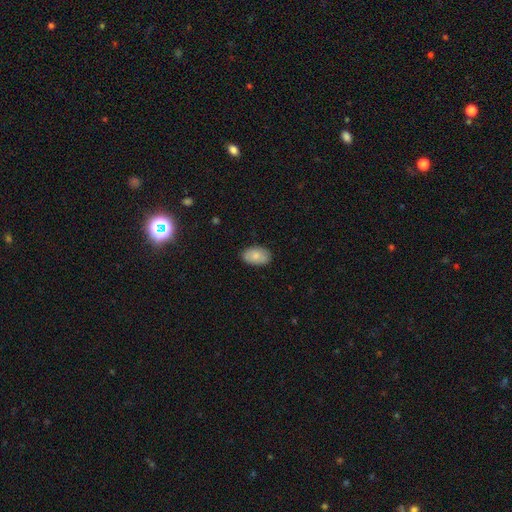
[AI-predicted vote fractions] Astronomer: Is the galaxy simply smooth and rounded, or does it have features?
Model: smooth — 83%.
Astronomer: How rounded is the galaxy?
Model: in between — 92%.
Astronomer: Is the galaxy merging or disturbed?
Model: none — 85%.